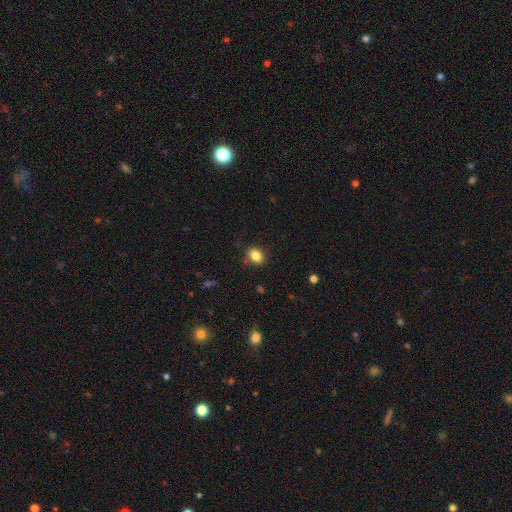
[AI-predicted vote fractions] smooth 85%, star or artifact 10%, featured or disk 5%. Down the decision tree: how rounded — in between (60%); merging — none (86%).